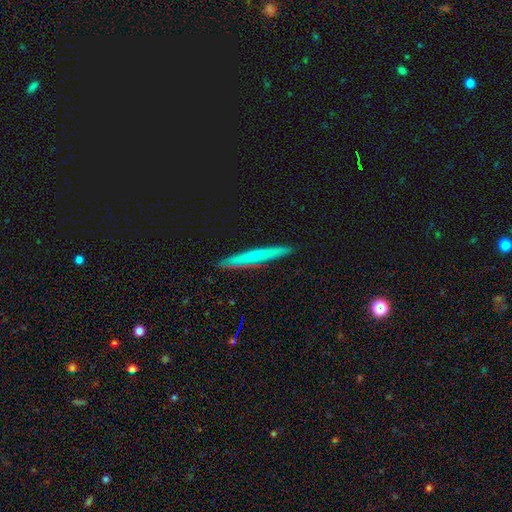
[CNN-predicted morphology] Smooth or featured: featured or disk — 50% (smooth — 42%)
Merging: none — 86% (minor disturbance — 10%)